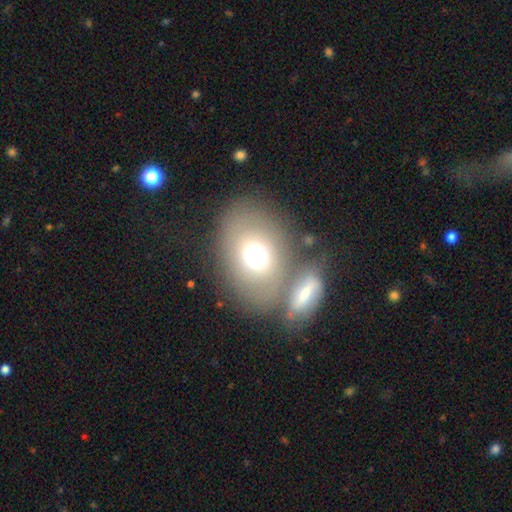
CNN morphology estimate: Smooth or featured? Predicted: smooth (p=0.66). How rounded? Predicted: in between (p=0.62). Merging? Predicted: none (p=0.47).